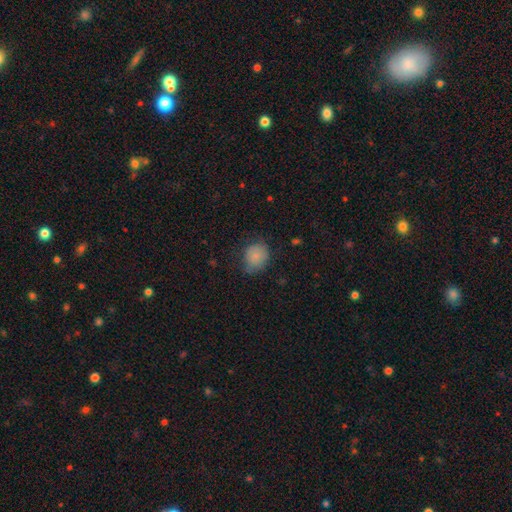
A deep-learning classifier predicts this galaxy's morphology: Q: Smooth or featured?
A: smooth (82%); runner-up: featured or disk (9%)
Q: How rounded?
A: round (65%); runner-up: in between (34%)
Q: Merging?
A: none (66%); runner-up: minor disturbance (26%)